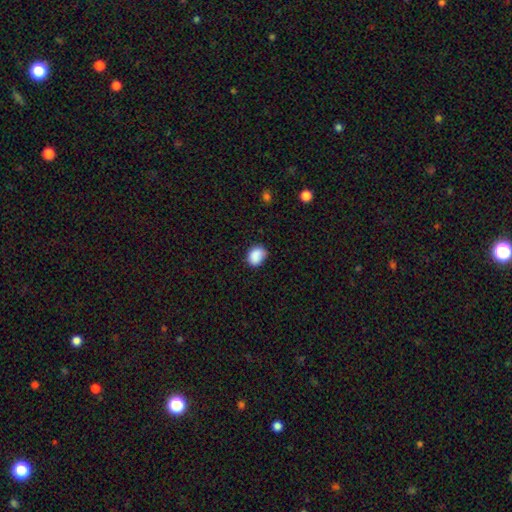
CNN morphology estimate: Overall: smooth (88%). How rounded: in between (63%; round 36%). Merging: none (70%).